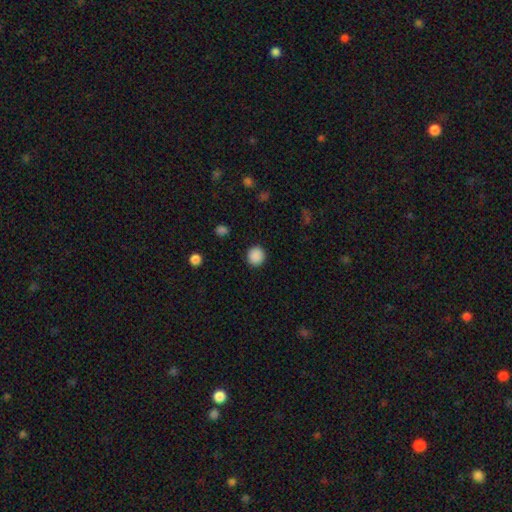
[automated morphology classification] Smooth or featured: smooth — 88% (star or artifact — 9%)
How rounded: round — 91% (in between — 8%)
Merging: none — 91% (minor disturbance — 5%)